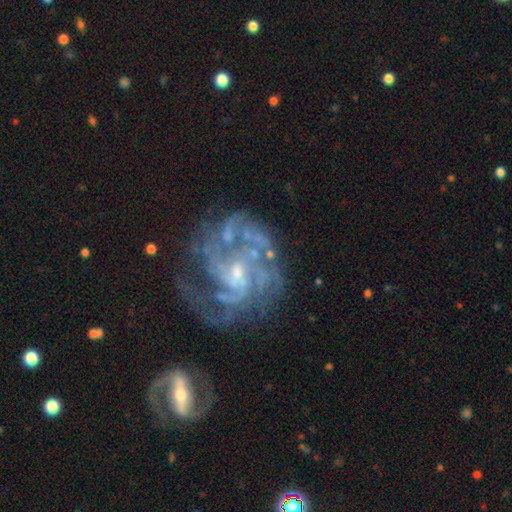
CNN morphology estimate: featured or disk 80%, star or artifact 13%, smooth 7%. Down the decision tree: edge-on disk — no (97%); bar — no (43%); spiral arms — yes (89%); spiral arm count — can't tell (33%); spiral winding — tight (45%); bulge size — small (54%); merging — none (56%).